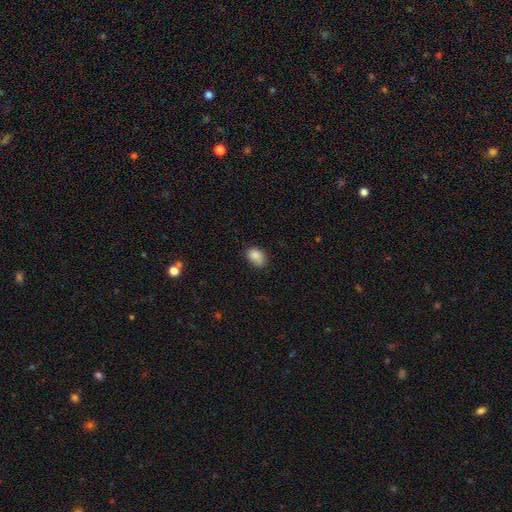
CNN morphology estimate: Overall: smooth (86%). How rounded: in between (79%). Merging: none (67%).